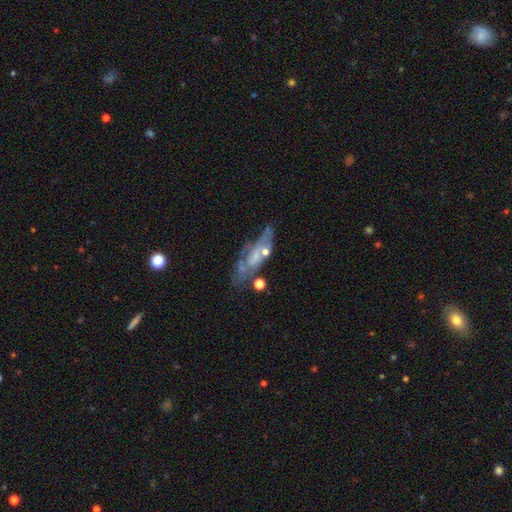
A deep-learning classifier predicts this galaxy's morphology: A featured or disk galaxy (61%). Merging: none (41%).